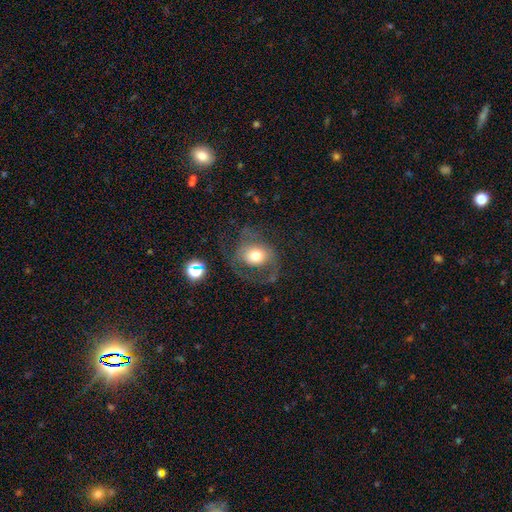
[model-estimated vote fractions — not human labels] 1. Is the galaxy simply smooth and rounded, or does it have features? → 48% featured or disk, 42% smooth, 10% star or artifact.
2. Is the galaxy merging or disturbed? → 44% none, 35% major disturbance, 18% minor disturbance, 3% merger.